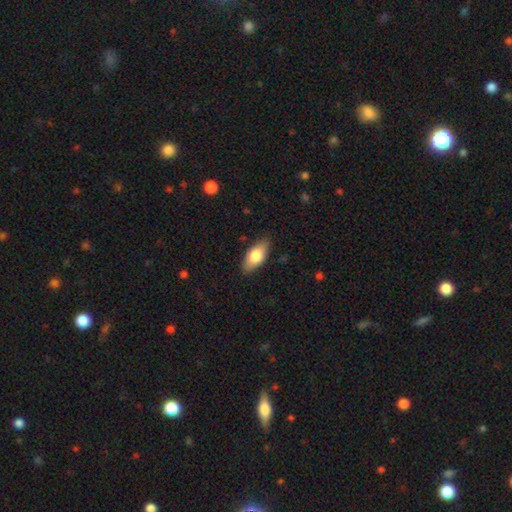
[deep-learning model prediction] A smooth galaxy with no disk features (74%) that is in between round and cigar-shaped (88%).

Vote fractions:
- Smooth or featured? smooth: 74% / featured or disk: 20% / star or artifact: 6%
- How rounded? in between: 88% / cigar-shaped: 9% / round: 3%
- Merging? none: 85% / minor disturbance: 12% / major disturbance: 2% / merger: 1%